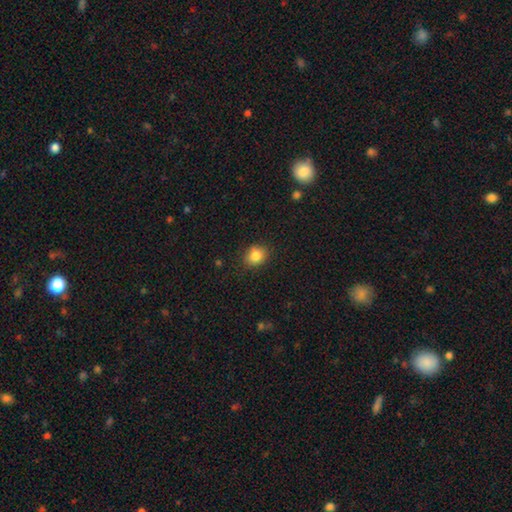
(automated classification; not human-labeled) The model was most divided on "how rounded": round: 64%, in between: 35%, cigar-shaped: 1%. More confident: smooth or featured — smooth (84%); merging — none (81%).